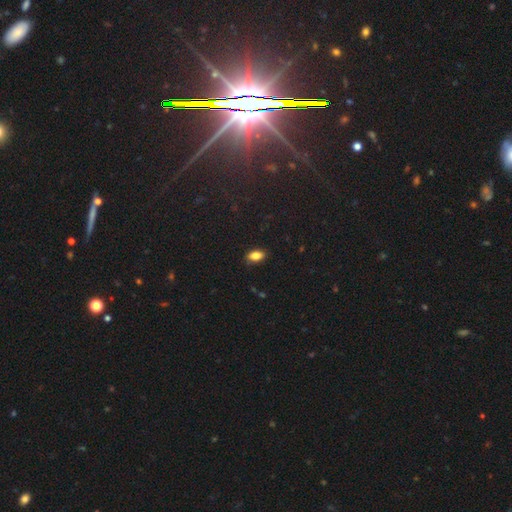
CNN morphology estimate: Smooth or featured? Predicted: smooth (p=0.84). How rounded? Predicted: in between (p=0.89). Merging? Predicted: none (p=0.86).